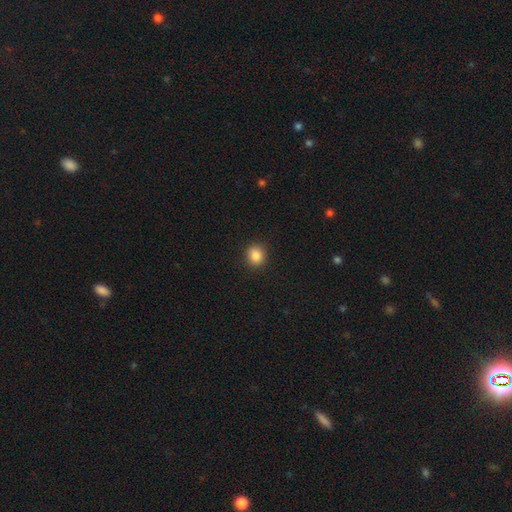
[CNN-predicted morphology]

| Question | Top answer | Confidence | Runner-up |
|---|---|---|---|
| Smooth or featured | smooth | 87% | star or artifact (10%) |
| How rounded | round | 75% | in between (24%) |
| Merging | none | 90% | minor disturbance (7%) |